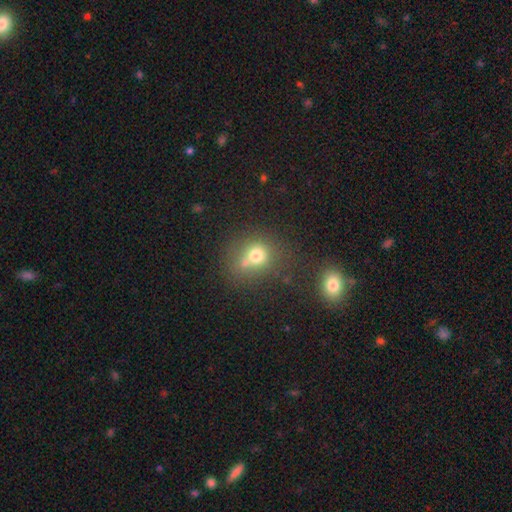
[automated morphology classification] Q: Smooth or featured?
A: smooth (69%); runner-up: star or artifact (16%)
Q: How rounded?
A: round (78%); runner-up: in between (21%)
Q: Merging?
A: none (51%); runner-up: merger (28%)